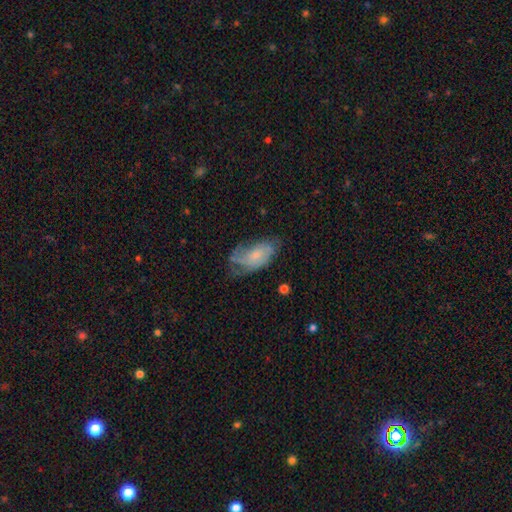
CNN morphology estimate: featured or disk 46% (tied), smooth 46% (tied), star or artifact 8%. Down the decision tree: merging — none (41%).